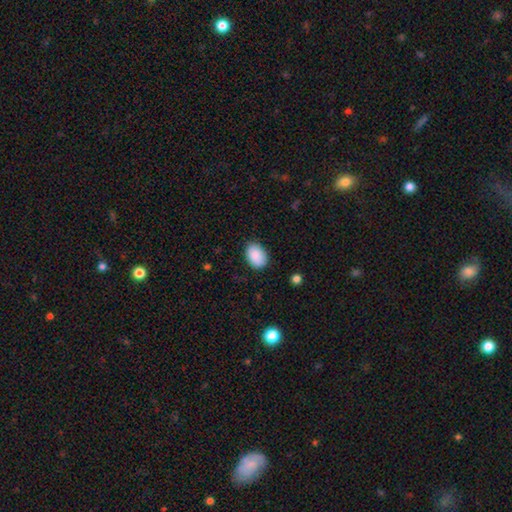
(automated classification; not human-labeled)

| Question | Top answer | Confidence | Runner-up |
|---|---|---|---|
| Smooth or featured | smooth | 89% | star or artifact (7%) |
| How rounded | in between | 84% | round (15%) |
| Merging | none | 82% | minor disturbance (14%) |